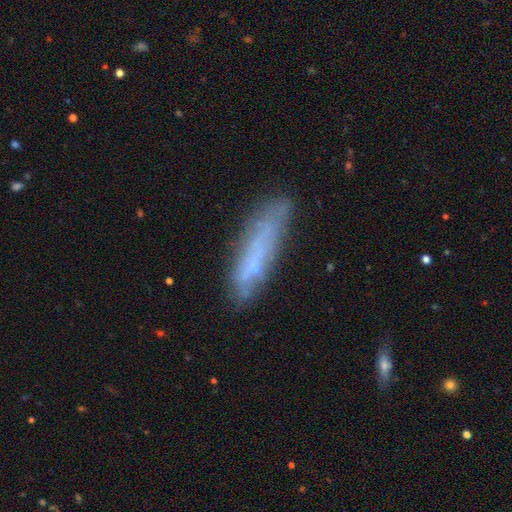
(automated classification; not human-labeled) smooth_or_featured: smooth (p=0.53) [alt: featured or disk p=0.38]
how_rounded: cigar-shaped (p=0.77) [alt: in between p=0.21]
merging: none (p=0.67) [alt: minor disturbance p=0.22]